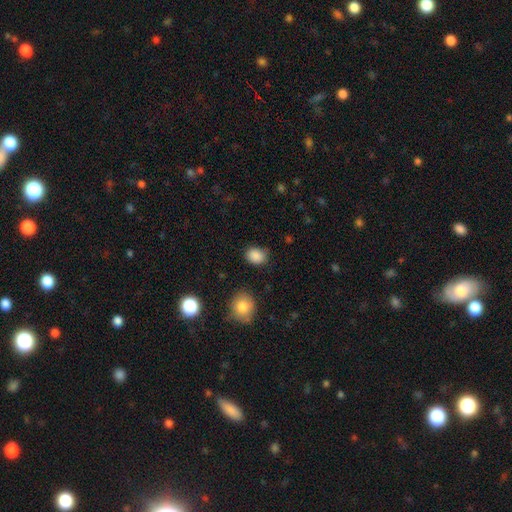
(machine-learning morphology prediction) A smooth galaxy with no disk features (87%) that is in between round and cigar-shaped (53%). Merging: none (78%).